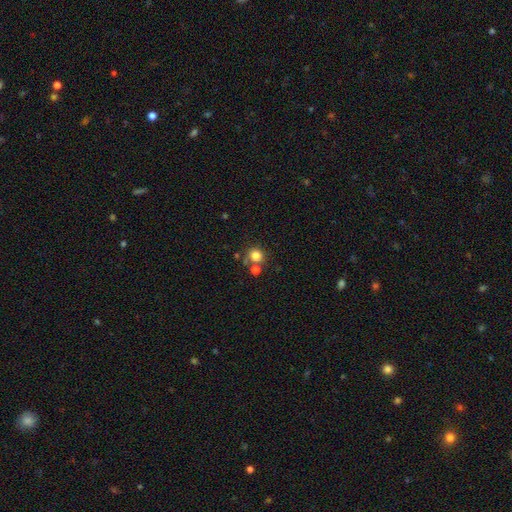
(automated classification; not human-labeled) smooth 79%, star or artifact 13%, featured or disk 8%. Down the decision tree: how rounded — round (88%); merging — none (64%).